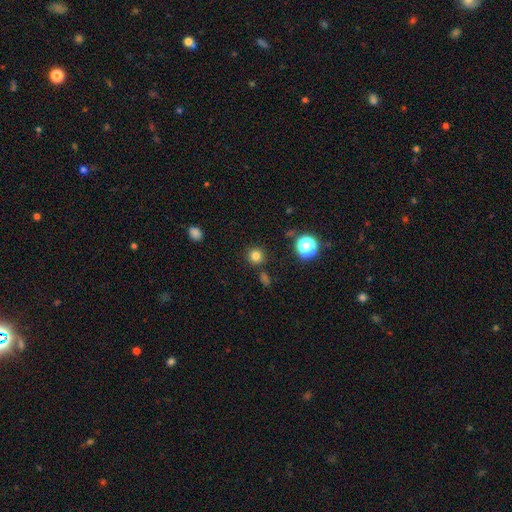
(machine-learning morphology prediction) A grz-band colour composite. It shows a smooth galaxy with no disk features (79%) that is round (93%). Merging: none (87%).